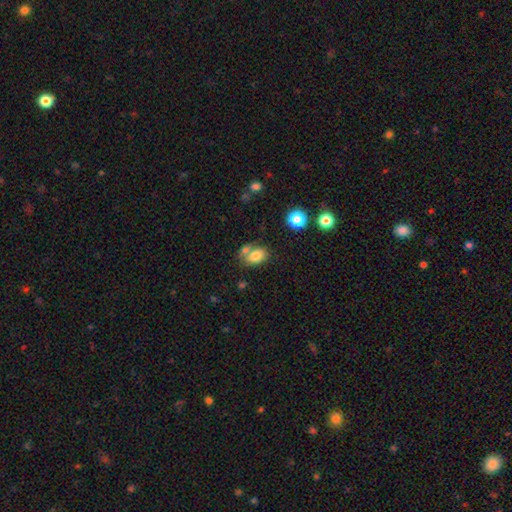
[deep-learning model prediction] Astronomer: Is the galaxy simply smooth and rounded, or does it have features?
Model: smooth — 79%.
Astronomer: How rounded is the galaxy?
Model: in between — 82%.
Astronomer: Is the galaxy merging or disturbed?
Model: none — 45% (runner-up: merger, 34%).